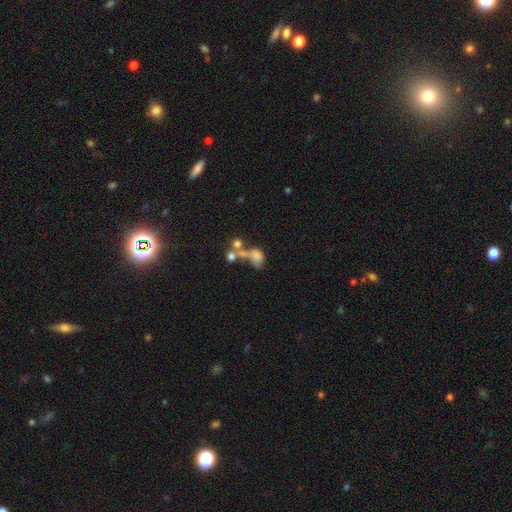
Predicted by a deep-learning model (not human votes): The model was most divided on "merging": merger: 49%, major disturbance: 22%, none: 19%, minor disturbance: 10%. More confident: how rounded — in between (69%); smooth or featured — smooth (58%).